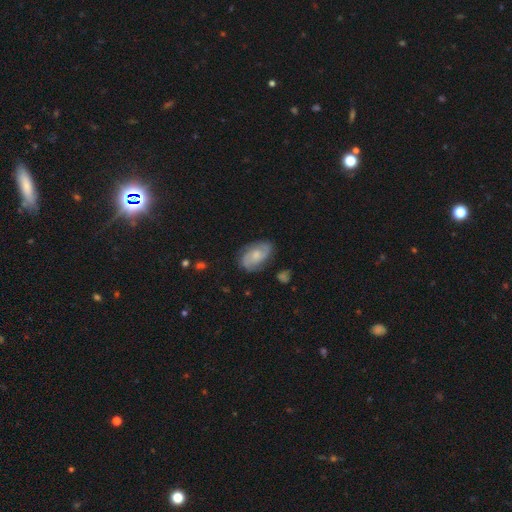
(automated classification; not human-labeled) Smooth or featured: featured or disk — 67% (smooth — 27%)
Edge-on disk: no — 96% (yes — 4%)
Bar: no — 65% (weak — 30%)
Spiral arms: yes — 92% (no — 8%)
Spiral winding: medium — 45% (tight — 38%)
Spiral arm count: 2 — 68% (can't tell — 15%)
Bulge size: moderate — 43% (small — 36%)
Merging: none — 74% (minor disturbance — 18%)